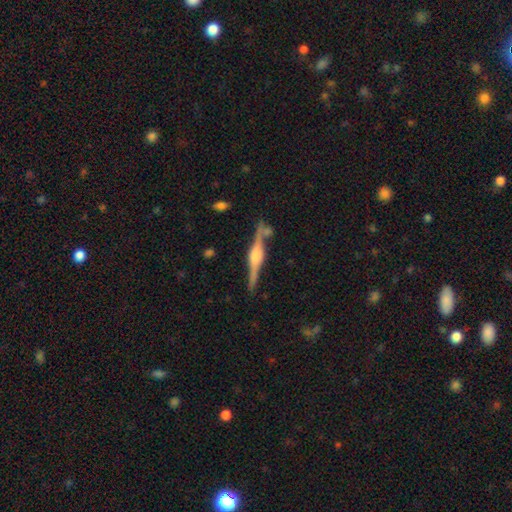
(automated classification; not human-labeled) smooth_or_featured: featured or disk (p=0.85) [alt: smooth p=0.10]
disk_edge_on: yes (p=0.98) [alt: no p=0.02]
edge_on_bulge: rounded (p=0.78) [alt: boxy p=0.19]
merging: none (p=0.82) [alt: minor disturbance p=0.10]